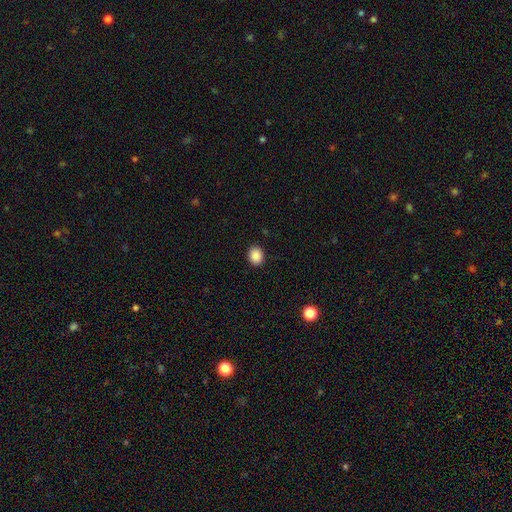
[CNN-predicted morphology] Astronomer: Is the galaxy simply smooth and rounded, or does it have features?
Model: smooth — 88%.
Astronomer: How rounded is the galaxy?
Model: round — 57% (runner-up: in between, 42%).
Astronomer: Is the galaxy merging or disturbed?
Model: none — 90%.